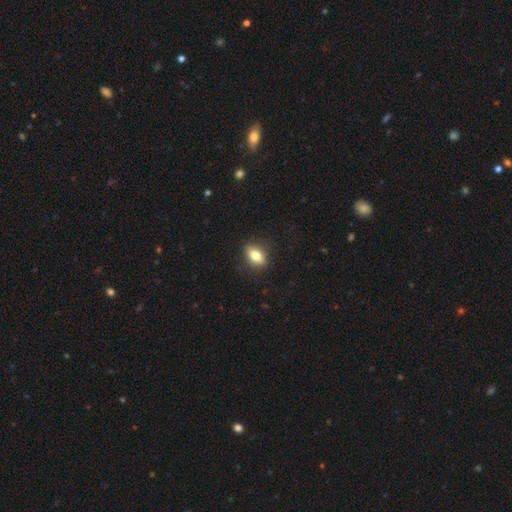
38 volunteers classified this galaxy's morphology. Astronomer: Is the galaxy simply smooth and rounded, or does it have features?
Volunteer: smooth — 79%.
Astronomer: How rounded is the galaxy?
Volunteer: in between — 80%.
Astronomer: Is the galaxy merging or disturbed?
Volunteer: none — 89%.